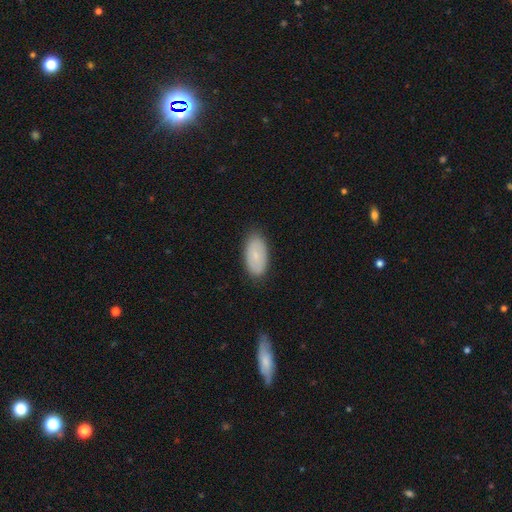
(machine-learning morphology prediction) A smooth galaxy with no disk features (75%) that is in between round and cigar-shaped (94%). Merging: none (84%).